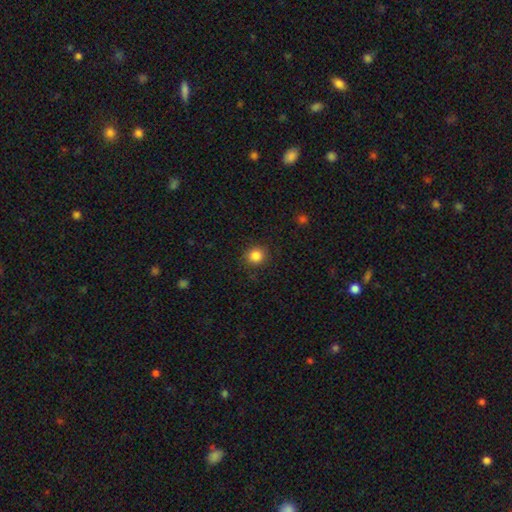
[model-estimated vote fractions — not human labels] Smooth or featured? smooth (85%)
How rounded? round (86%)
Merging? none (88%)